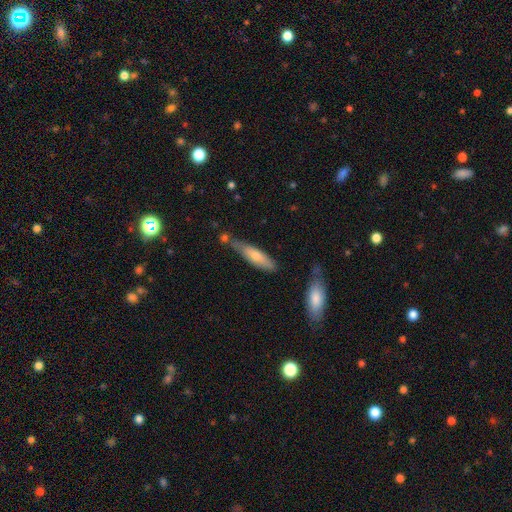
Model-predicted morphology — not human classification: Smooth or featured? Predicted: smooth (p=0.59). How rounded? Predicted: cigar-shaped (p=0.71). Merging? Predicted: none (p=0.60).